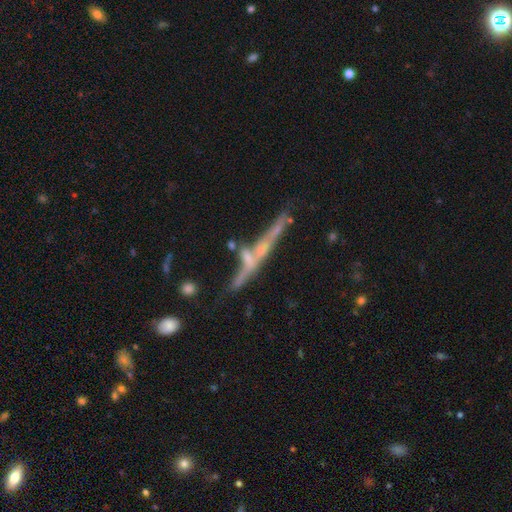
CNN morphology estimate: This is likely a featured or disk galaxy (68%). It is clearly viewed edge-on (88%). Edge-on bulge: possibly none (54%). Merging: possibly none (60%).